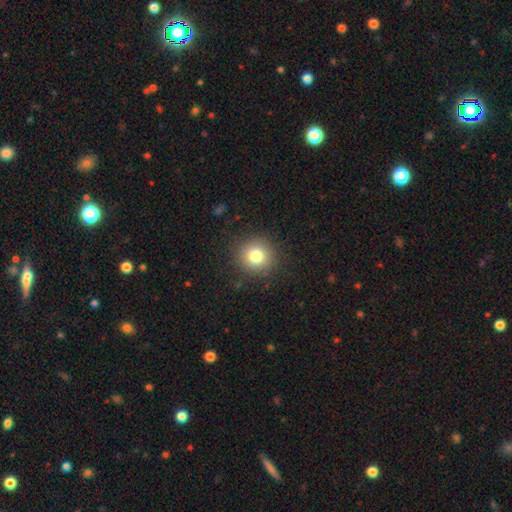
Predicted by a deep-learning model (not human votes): Overall: smooth (81%). How rounded: round (92%). Merging: none (89%).